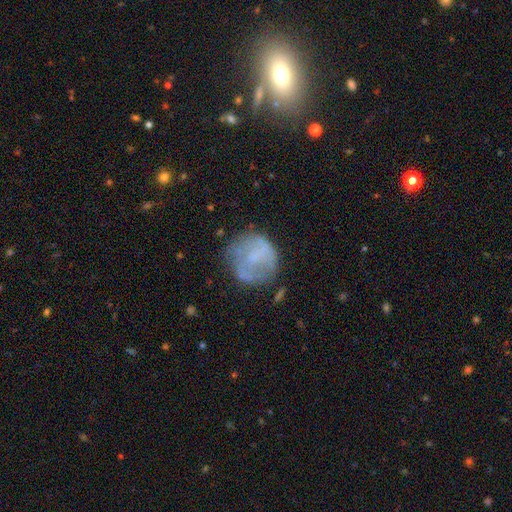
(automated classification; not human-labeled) Smooth or featured? Predicted: featured or disk (p=0.46). Merging? Predicted: none (p=0.62).